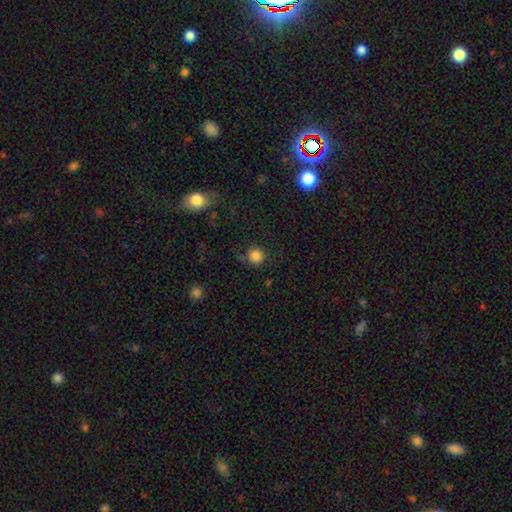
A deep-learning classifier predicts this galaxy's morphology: A smooth galaxy with no disk features (84%) that is round (94%). Merging: none (83%).